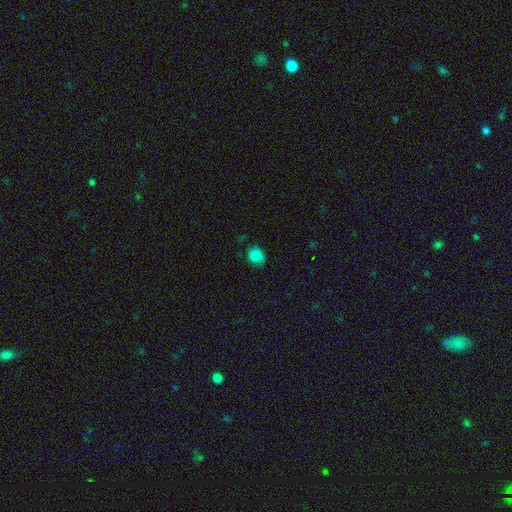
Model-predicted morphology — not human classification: This appears to be a smooth galaxy with no disk features (84%) that is round (63%). Merging: none (68%).